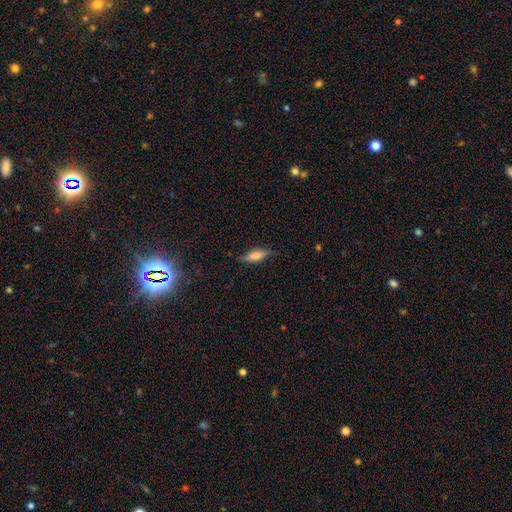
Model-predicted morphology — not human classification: Q: Smooth or featured?
A: smooth (59%); runner-up: featured or disk (33%)
Q: How rounded?
A: in between (53%); runner-up: cigar-shaped (44%)
Q: Merging?
A: none (73%); runner-up: minor disturbance (21%)